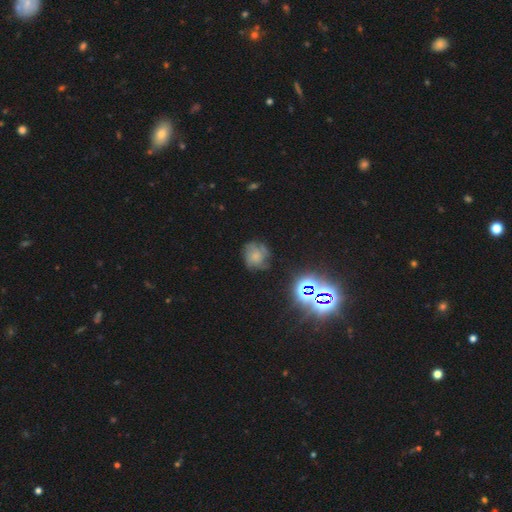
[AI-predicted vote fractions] The model was most divided on "smooth or featured": featured or disk: 43%, smooth: 37%, star or artifact: 20%. More confident: merging — none (64%).